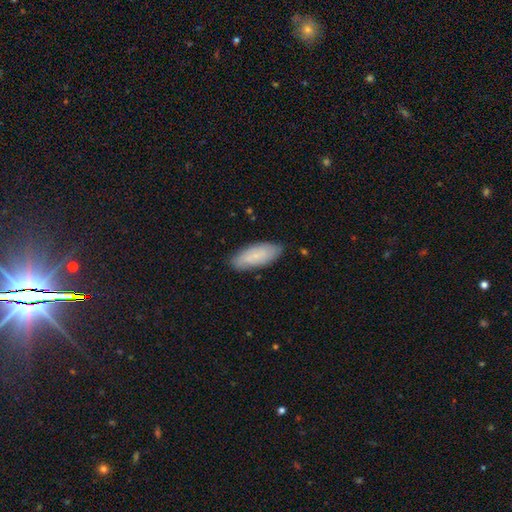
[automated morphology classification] This appears to be a smooth galaxy with no disk features (66%) that is in between round and cigar-shaped (79%). Merging: none (80%).